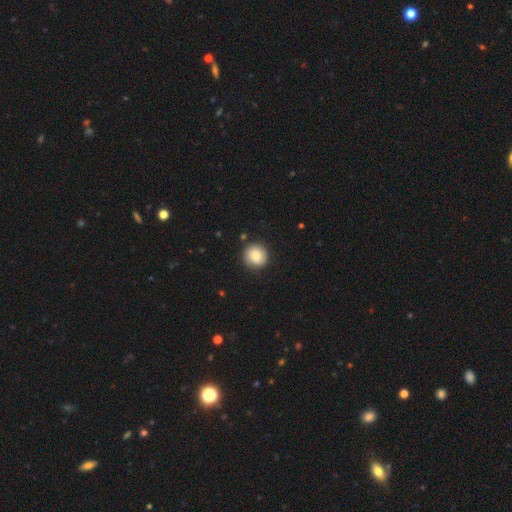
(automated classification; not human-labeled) Smooth or featured?
  - smooth: 83% *
  - featured or disk: 10%
  - star or artifact: 7%
How rounded?
  - round: 91% *
  - in between: 9%
  - cigar-shaped: 1%
Merging?
  - none: 86% *
  - minor disturbance: 10%
  - major disturbance: 3%
  - merger: 1%